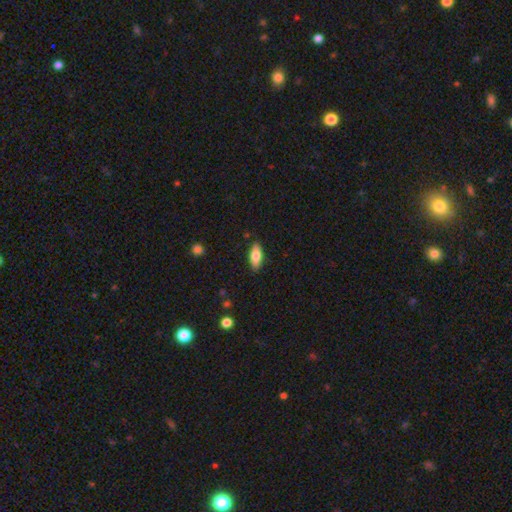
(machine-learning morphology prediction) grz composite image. It shows a smooth galaxy with no disk features (73%) that is in between round and cigar-shaped (78%). Merging: none (86%).